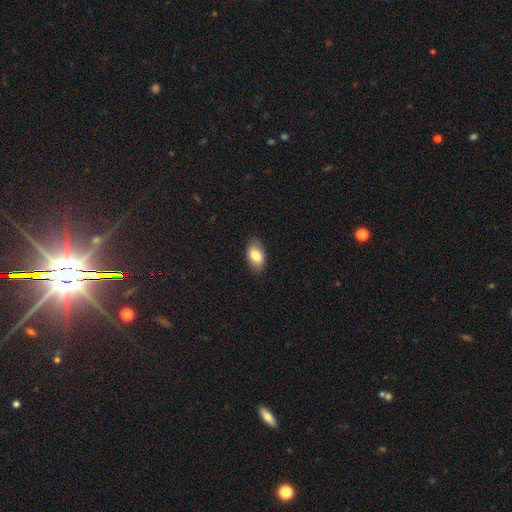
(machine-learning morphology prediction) smooth 81%, featured or disk 12%, star or artifact 7%. Down the decision tree: how rounded — in between (91%); merging — none (84%).